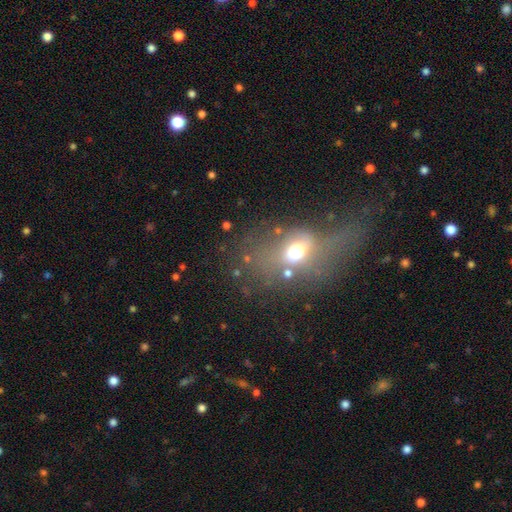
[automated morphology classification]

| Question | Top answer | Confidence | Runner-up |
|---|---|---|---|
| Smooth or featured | smooth | 45% | featured or disk (35%) |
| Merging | major disturbance | 40% | none (29%) |